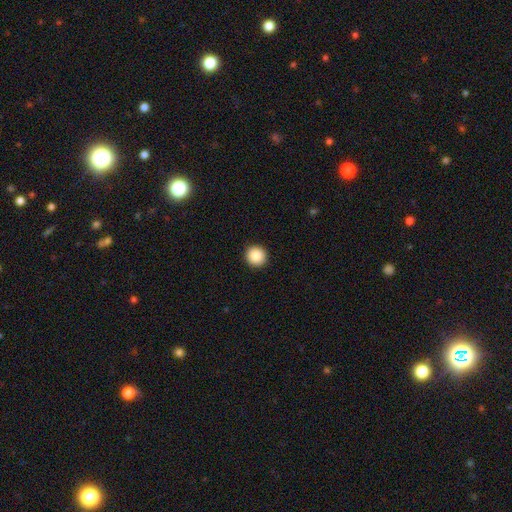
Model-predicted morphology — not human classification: Smooth or featured?
  - smooth: 88% *
  - star or artifact: 9%
  - featured or disk: 3%
How rounded?
  - round: 94% *
  - in between: 5%
  - cigar-shaped: 1%
Merging?
  - none: 93% *
  - minor disturbance: 5%
  - major disturbance: 2%
  - merger: 1%